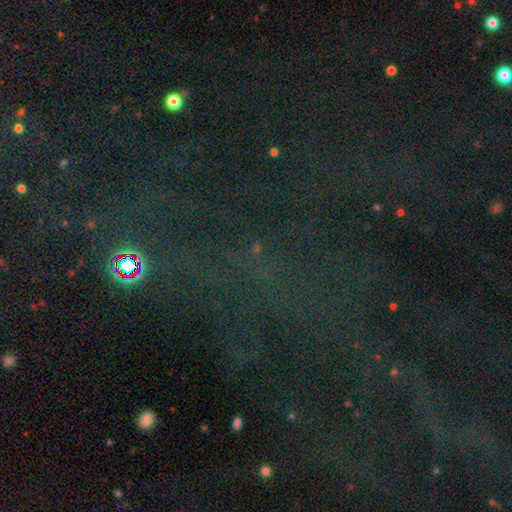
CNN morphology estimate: The model was most divided on "smooth or featured": star or artifact: 76%, smooth: 14%, featured or disk: 10%.